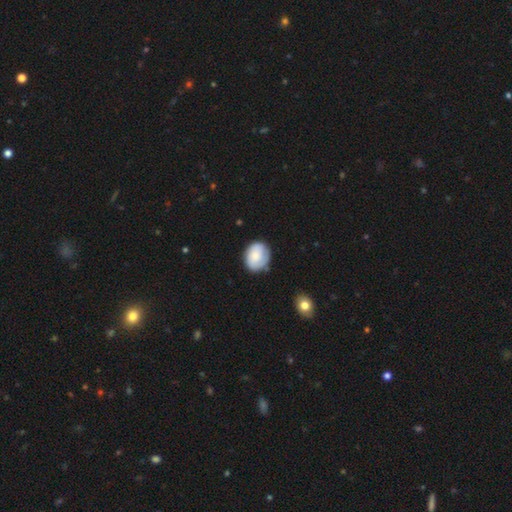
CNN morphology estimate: Overall: smooth (72%). How rounded: in between (52%; round 47%). Merging: none (71%).